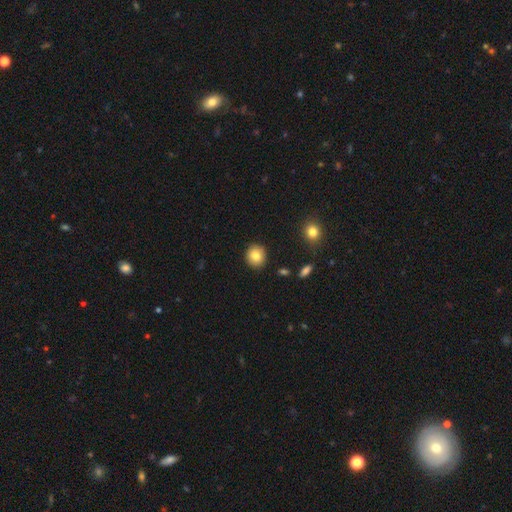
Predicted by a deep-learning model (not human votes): Smooth or featured? smooth (82%)
How rounded? round (85%)
Merging? none (90%)